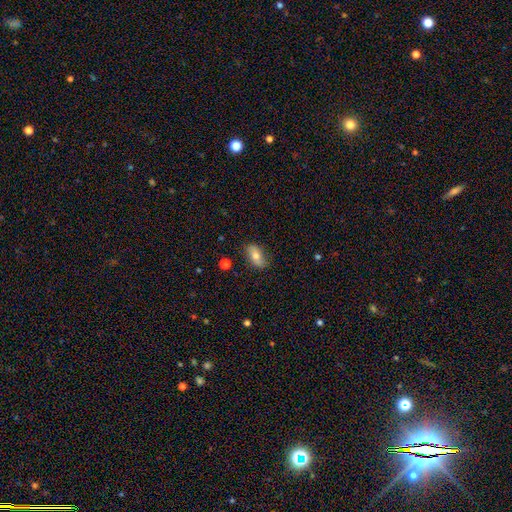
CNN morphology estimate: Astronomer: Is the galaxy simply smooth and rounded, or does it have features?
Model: smooth — 59%.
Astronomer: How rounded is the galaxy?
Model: in between — 86%.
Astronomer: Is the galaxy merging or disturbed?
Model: none — 78%.